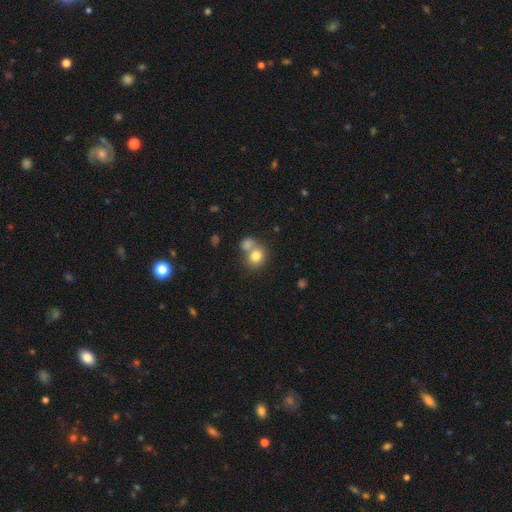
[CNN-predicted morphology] This appears to be a smooth galaxy with no disk features (79%) that is round (75%). Merging: merger (47%).